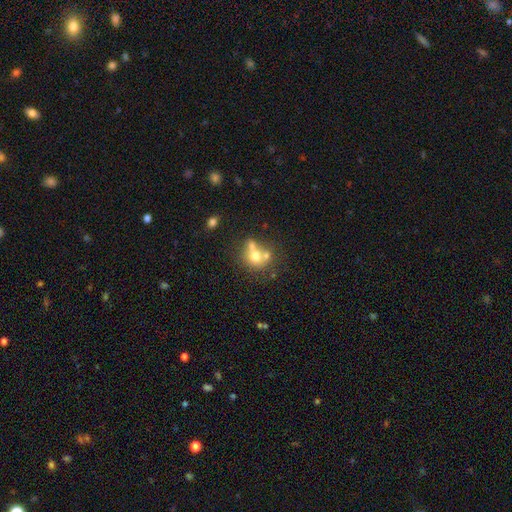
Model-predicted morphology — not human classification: Smooth or featured: smooth — 61% (featured or disk — 24%)
How rounded: round — 75% (in between — 23%)
Merging: merger — 46% (none — 38%)